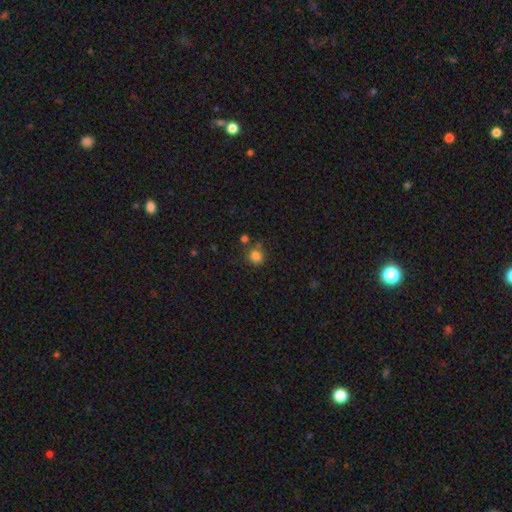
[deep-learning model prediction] Smooth or featured: smooth — 83% (star or artifact — 13%)
How rounded: round — 81% (in between — 18%)
Merging: none — 72% (minor disturbance — 13%)